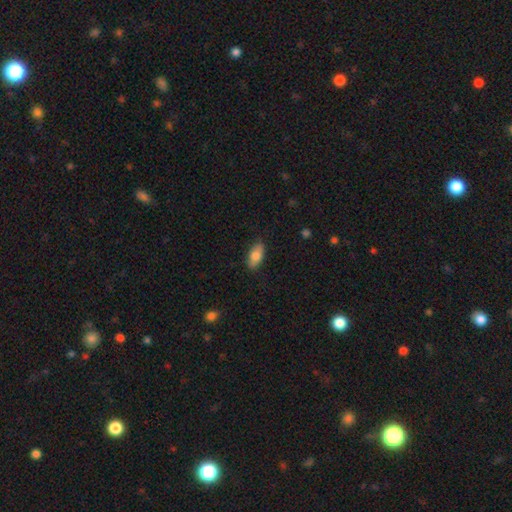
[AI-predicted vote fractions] smooth-or-featured: smooth: 81% | featured or disk: 12% | star or artifact: 7%
  how-rounded: in between: 89% | cigar-shaped: 8% | round: 3%
  merging: none: 85% | minor disturbance: 12% | major disturbance: 2% | merger: 1%